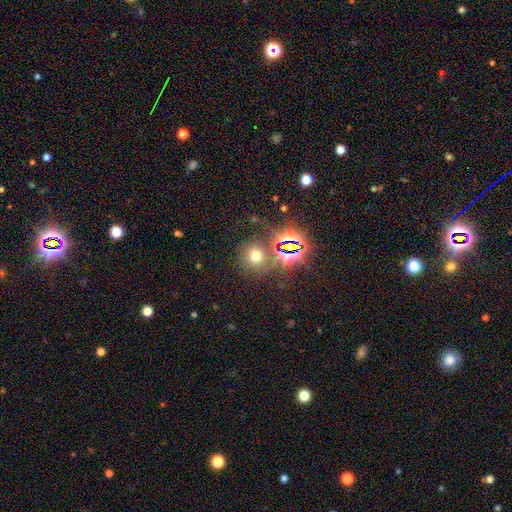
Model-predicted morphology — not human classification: Smooth or featured? Predicted: smooth (p=0.55). How rounded? Predicted: round (p=0.89). Merging? Predicted: none (p=0.74).